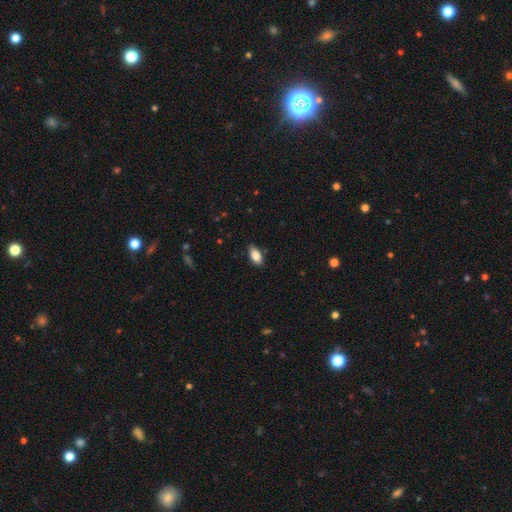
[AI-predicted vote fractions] Overall: smooth (85%). How rounded: in between (90%). Merging: none (85%).